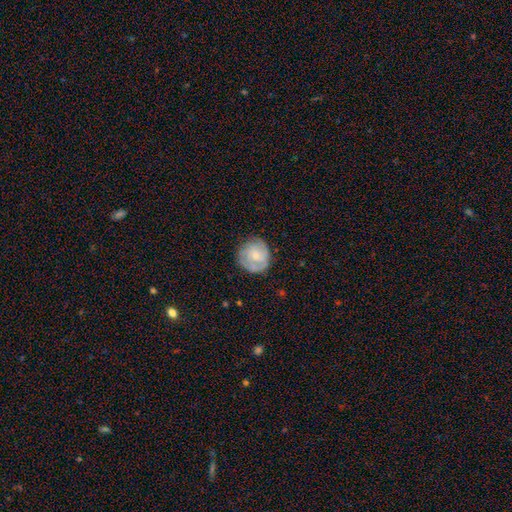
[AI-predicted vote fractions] The model was most divided on "smooth or featured": featured or disk: 55%, smooth: 38%, star or artifact: 7%. More confident: edge-on disk — no (98%); spiral arms — yes (82%); merging — none (75%); bar — no (73%); bulge size — small (63%).